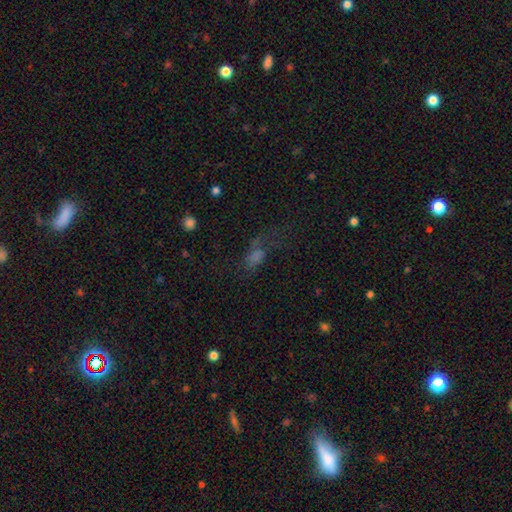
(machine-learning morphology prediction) Smooth or featured? Predicted: smooth (p=0.48). Merging? Predicted: major disturbance (p=0.38, tied with none).